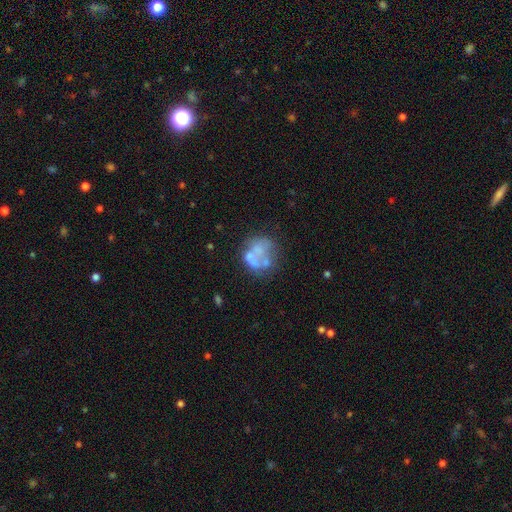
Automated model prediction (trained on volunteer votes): A featured or disk galaxy (56%) with no bar (94%), no spiral arms (95%) and no central bulge (74%). Merging: none (40%).